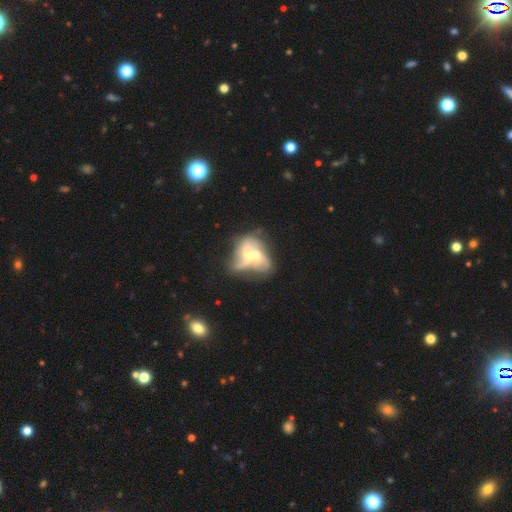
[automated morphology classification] Overall: featured or disk (61%; smooth 30%). Edge-on disk: no (96%). Bar: no (73%). Spiral arms: yes (51%; no 49%). Bulge size: moderate (56%; small 32%). Merging: merger (71%).